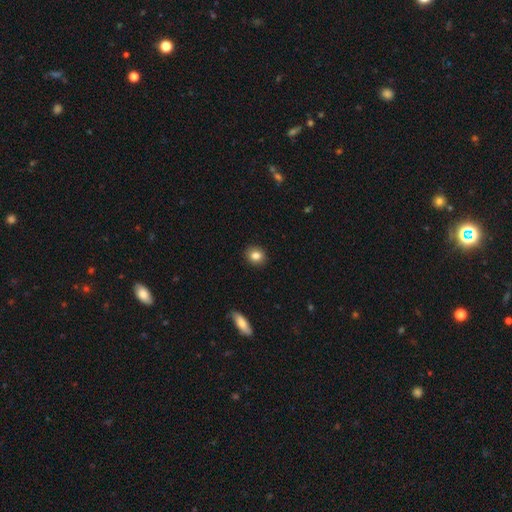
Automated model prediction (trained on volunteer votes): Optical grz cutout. It shows a smooth galaxy with no disk features (84%) that is round (73%). Merging: none (91%).